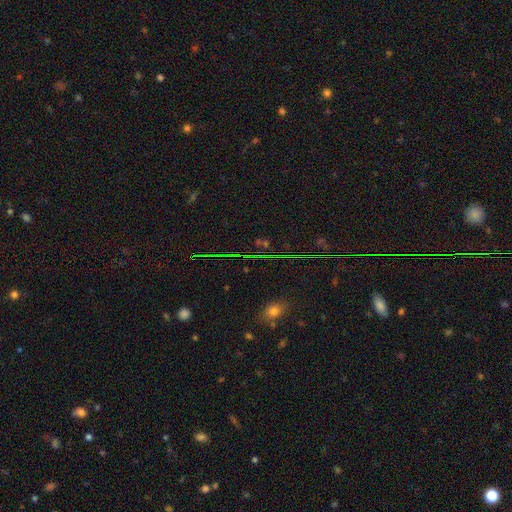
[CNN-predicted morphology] smooth-or-featured: star or artifact: 68% | smooth: 19% | featured or disk: 12%